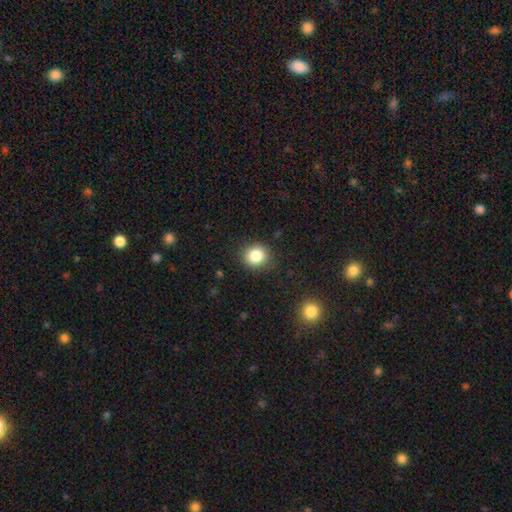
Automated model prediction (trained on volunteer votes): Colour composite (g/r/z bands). It shows a smooth galaxy with no disk features (83%) that is round (84%). Merging: none (89%).